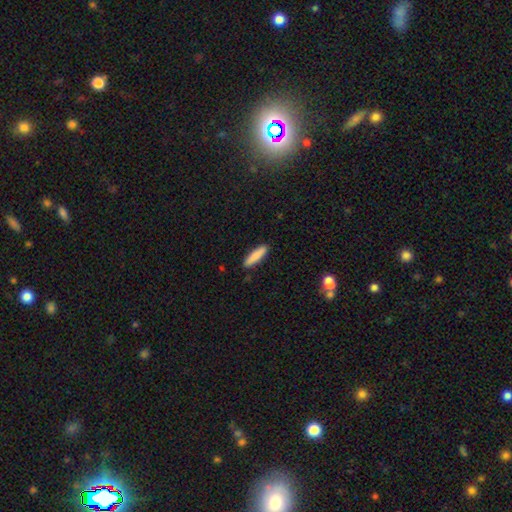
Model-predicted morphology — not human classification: A smooth galaxy with no disk features (86%) that is cigar-shaped (78%). Merging: none (90%).